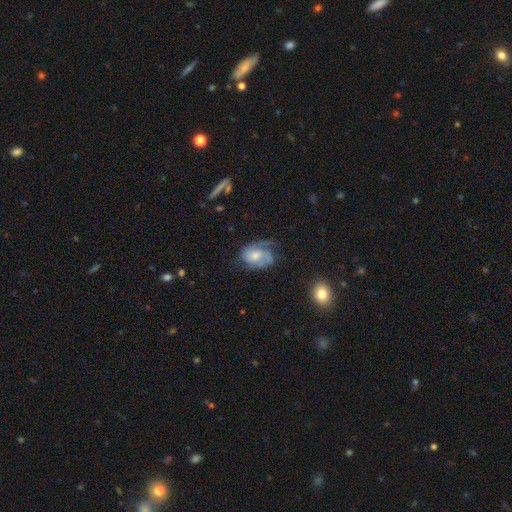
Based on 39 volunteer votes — Smooth or featured? 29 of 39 (74%) said featured or disk. Edge-on disk? 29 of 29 (100%) said no. Bar? 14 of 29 (48%) said no. Spiral arms? 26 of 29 (90%) said yes. Spiral winding? 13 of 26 (50%) said medium. Spiral arm count? 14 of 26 (54%) said 2. Bulge size? 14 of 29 (48%) said moderate. Merging? 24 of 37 (65%) said none.